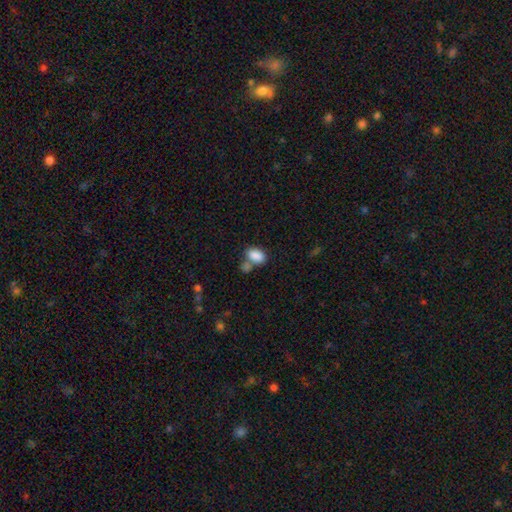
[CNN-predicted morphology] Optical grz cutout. It shows a smooth galaxy with no disk features (86%) that is in between round and cigar-shaped (87%). Merging: none (46%).